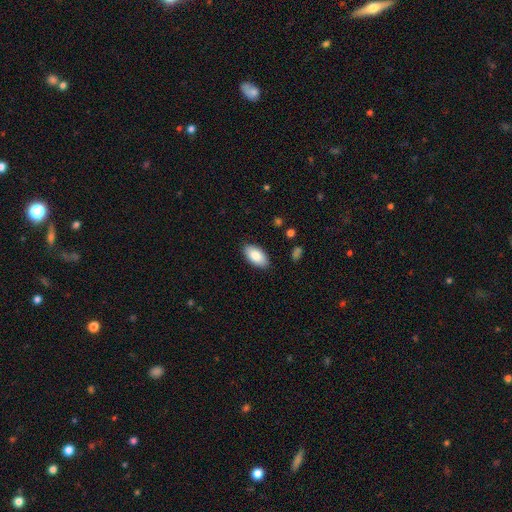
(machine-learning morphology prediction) Smooth or featured: smooth — 85% (featured or disk — 9%)
How rounded: in between — 94% (cigar-shaped — 3%)
Merging: none — 88% (minor disturbance — 9%)